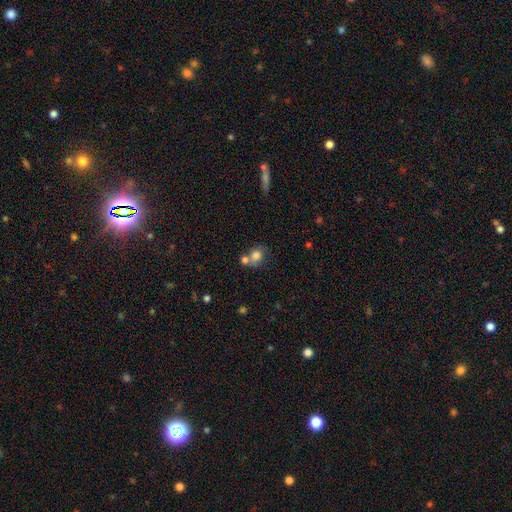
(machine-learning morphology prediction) Smooth or featured?
  - smooth: 77% *
  - featured or disk: 13%
  - star or artifact: 10%
How rounded?
  - round: 69% *
  - in between: 30%
  - cigar-shaped: 1%
Merging?
  - none: 42% *
  - merger: 40%
  - minor disturbance: 12%
  - major disturbance: 6%